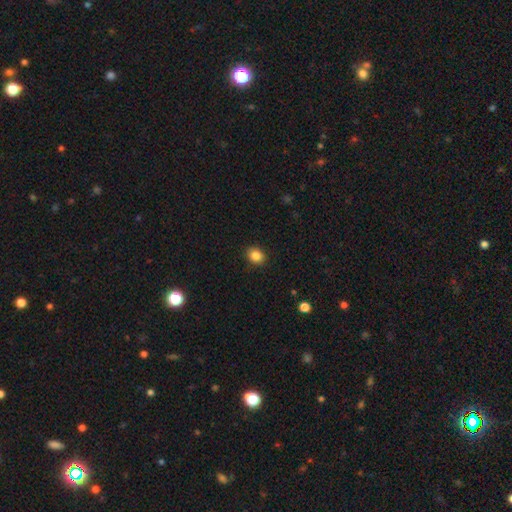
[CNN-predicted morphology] A smooth galaxy with no disk features (86%) that is round (61%). Merging: none (90%).